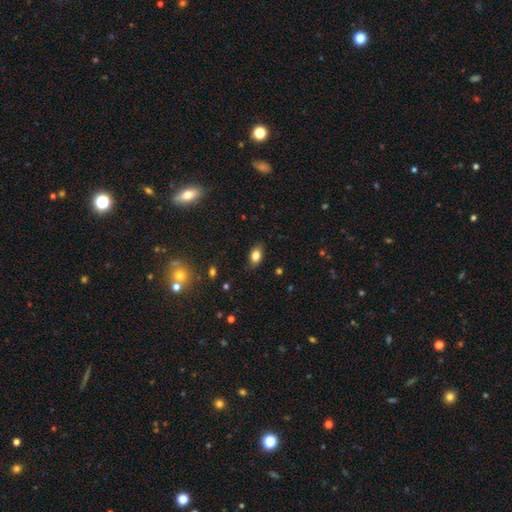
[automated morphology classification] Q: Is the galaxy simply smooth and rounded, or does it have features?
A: smooth — 81%.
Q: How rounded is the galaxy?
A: in between — 85%.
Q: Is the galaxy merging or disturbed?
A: none — 81%.